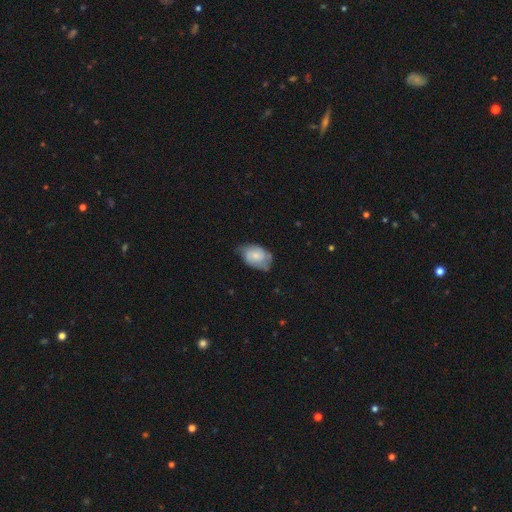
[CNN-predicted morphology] smooth 49%, featured or disk 44%, star or artifact 7%. Down the decision tree: merging — none (52%).